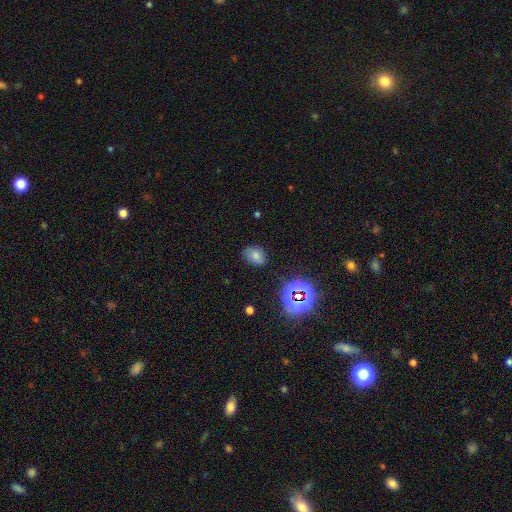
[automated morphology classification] Smooth or featured? smooth (60%)
How rounded? in between (67%)
Merging? none (83%)